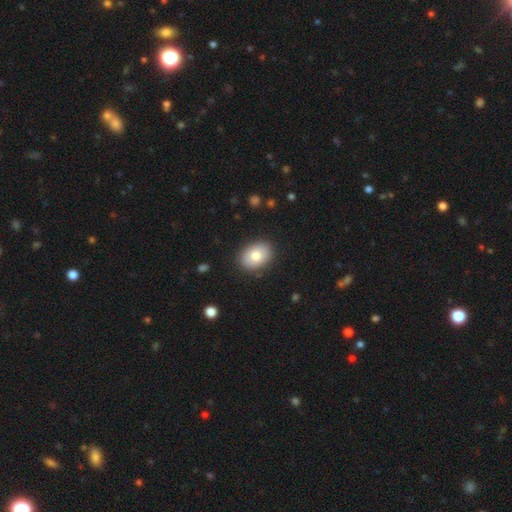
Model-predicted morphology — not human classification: A smooth galaxy with no disk features (79%) that is in between round and cigar-shaped (74%). Merging: none (88%).